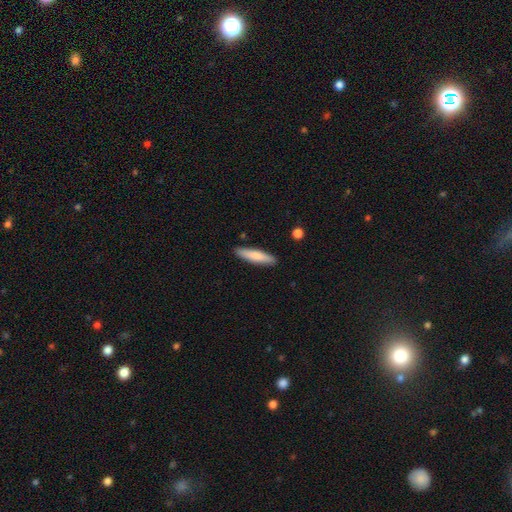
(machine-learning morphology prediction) Smooth or featured: smooth — 77% (featured or disk — 18%)
How rounded: cigar-shaped — 81% (in between — 18%)
Merging: none — 89% (minor disturbance — 8%)